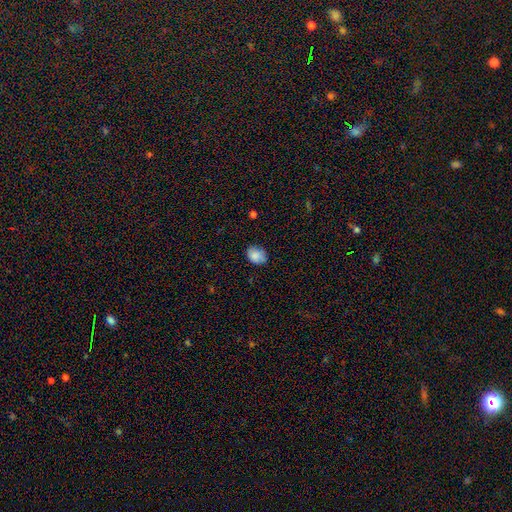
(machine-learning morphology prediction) A smooth galaxy with no disk features (84%) that is in between round and cigar-shaped (56%). Merging: none (74%).